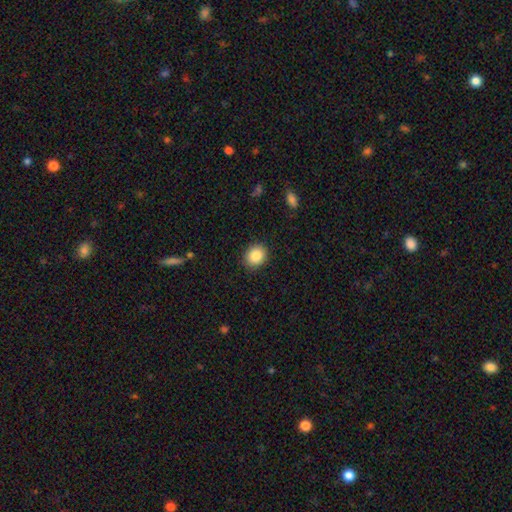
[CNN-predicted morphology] type=smooth (85%); roundness=round (64%); merging=none (88%).